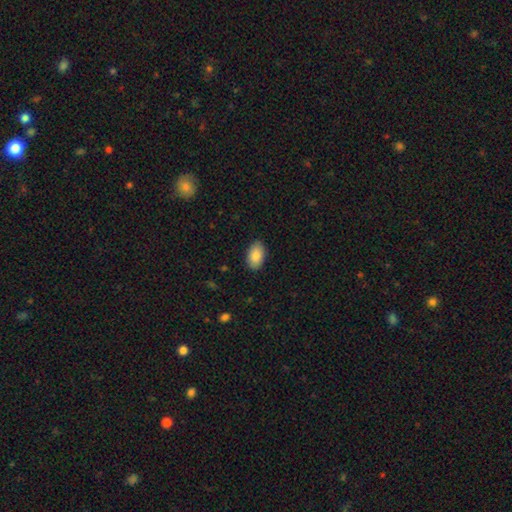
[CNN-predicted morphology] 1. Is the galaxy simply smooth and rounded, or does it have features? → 88% smooth, 6% star or artifact, 6% featured or disk.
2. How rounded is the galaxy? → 94% in between, 5% round, 1% cigar-shaped.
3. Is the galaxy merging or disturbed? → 88% none, 9% minor disturbance, 2% major disturbance, 1% merger.